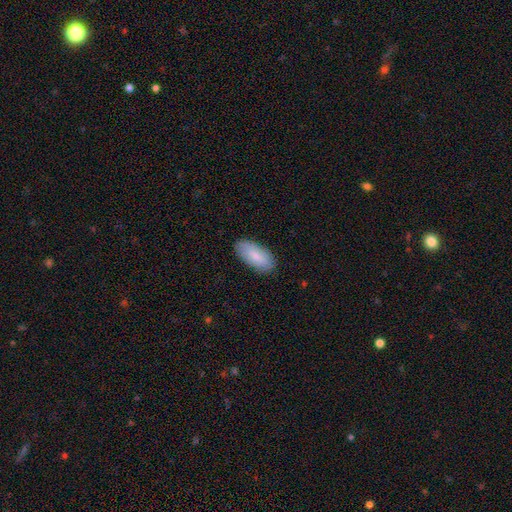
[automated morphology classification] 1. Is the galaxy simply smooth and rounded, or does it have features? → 80% smooth, 14% featured or disk, 6% star or artifact.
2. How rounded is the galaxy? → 90% in between, 8% cigar-shaped, 2% round.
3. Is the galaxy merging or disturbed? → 88% none, 9% minor disturbance, 2% major disturbance, 1% merger.